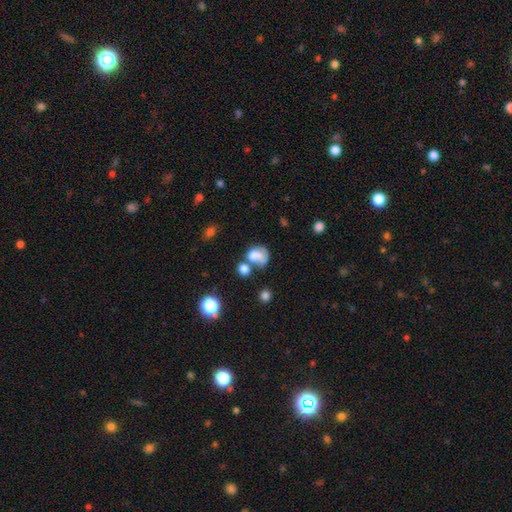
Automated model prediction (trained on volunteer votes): This appears to be a smooth galaxy with no disk features (64%) that is round (53%). Merging: merger (41%).